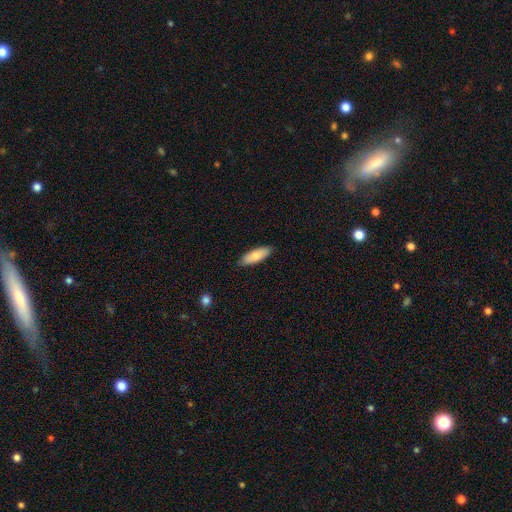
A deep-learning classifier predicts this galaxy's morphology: smooth_or_featured: smooth (p=0.81) [alt: featured or disk p=0.13]
how_rounded: in between (p=0.65) [alt: cigar-shaped p=0.33]
merging: none (p=0.87) [alt: minor disturbance p=0.10]